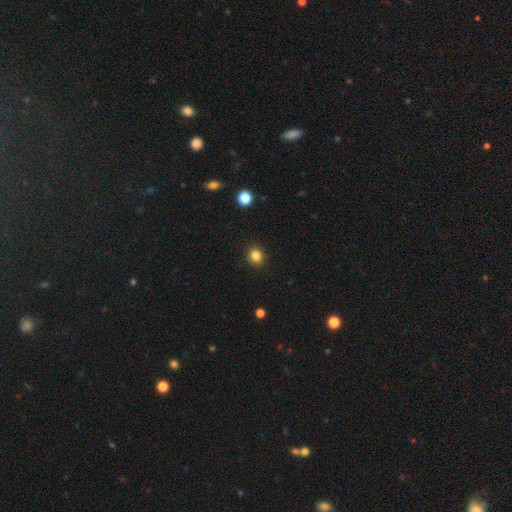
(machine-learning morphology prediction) Overall: smooth (84%). How rounded: round (80%). Merging: none (91%).